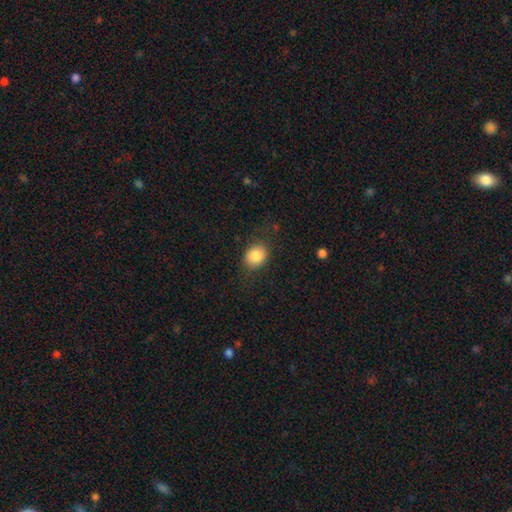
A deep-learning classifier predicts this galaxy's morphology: This is clearly a smooth galaxy (84%). How rounded: possibly round (53%). Merging: likely none (80%).